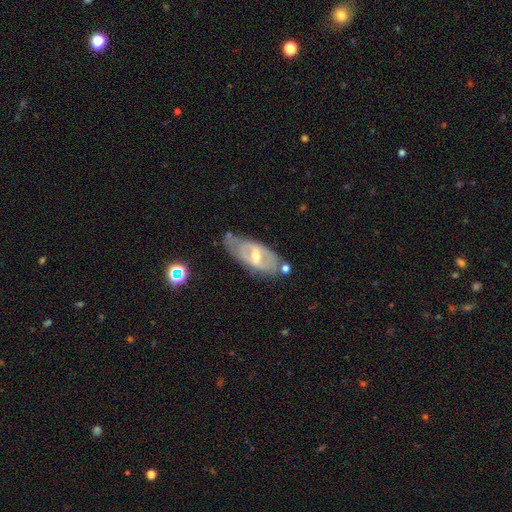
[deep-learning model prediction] smooth-or-featured: featured or disk: 70% | smooth: 23% | star or artifact: 7%
  disk-edge-on: no: 85% | yes: 15%
    bar: weak: 43% | strong: 39% | no: 18%
    has-spiral-arms: yes: 52% | no: 48%
    bulge-size: moderate: 56% | small: 39% | large: 3% | none: 1% | dominant: 1%
  merging: none: 64% | minor disturbance: 23% | major disturbance: 7% | merger: 5%